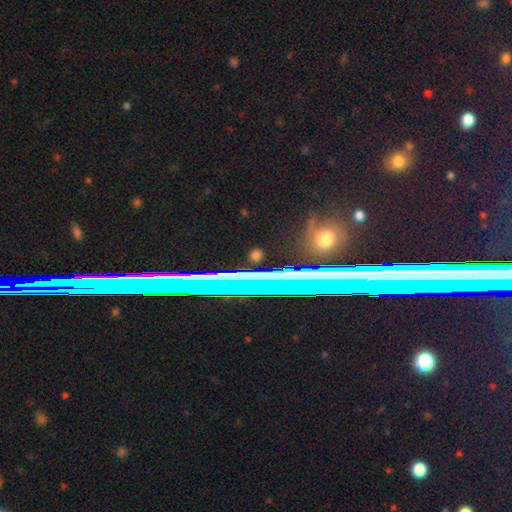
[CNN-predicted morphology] Smooth or featured?
  - star or artifact: 55% *
  - smooth: 26%
  - featured or disk: 20%